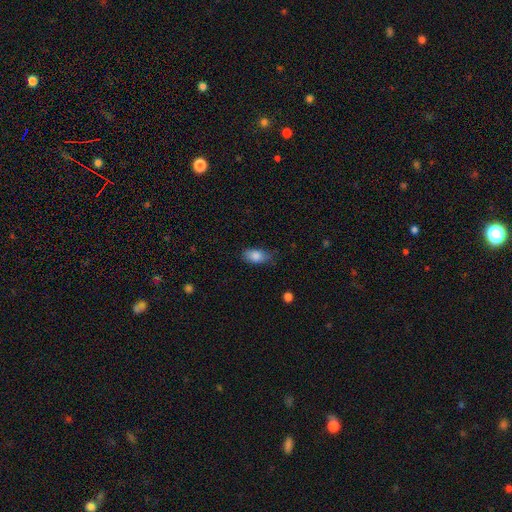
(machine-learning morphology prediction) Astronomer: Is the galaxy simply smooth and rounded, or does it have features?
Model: smooth — 84%.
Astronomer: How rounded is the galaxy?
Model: in between — 90%.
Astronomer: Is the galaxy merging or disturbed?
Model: none — 68%.